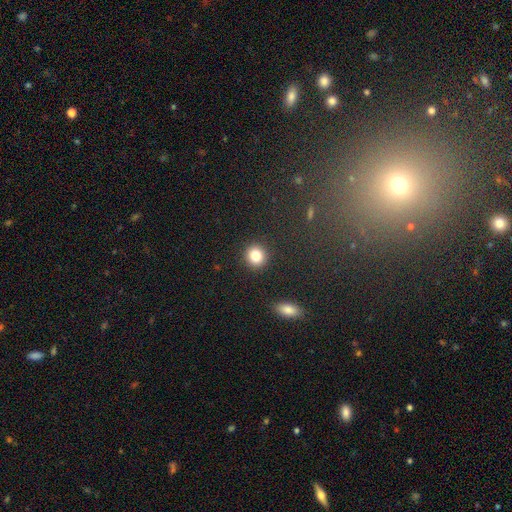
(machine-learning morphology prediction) The model was most divided on "smooth or featured": smooth: 83%, star or artifact: 10%, featured or disk: 7%. More confident: merging — none (91%); how rounded — round (88%).